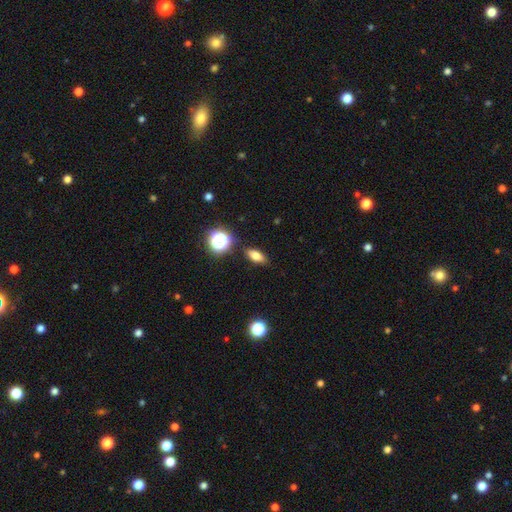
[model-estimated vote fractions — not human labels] Morphology: type=smooth (73%); roundness=in between (73%); merging=none (86%).